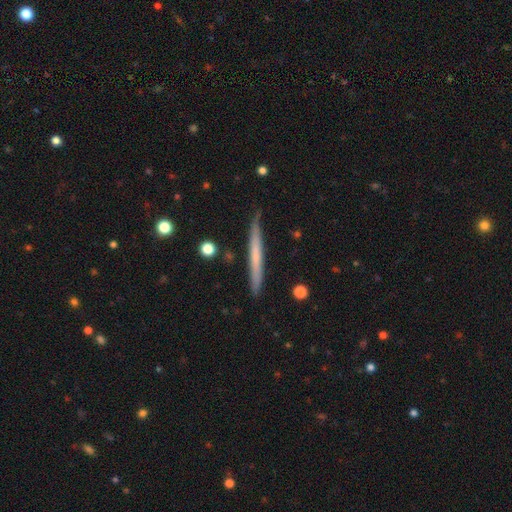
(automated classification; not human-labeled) Morphology: type=smooth (51%); roundness=cigar-shaped (97%); merging=none (85%).